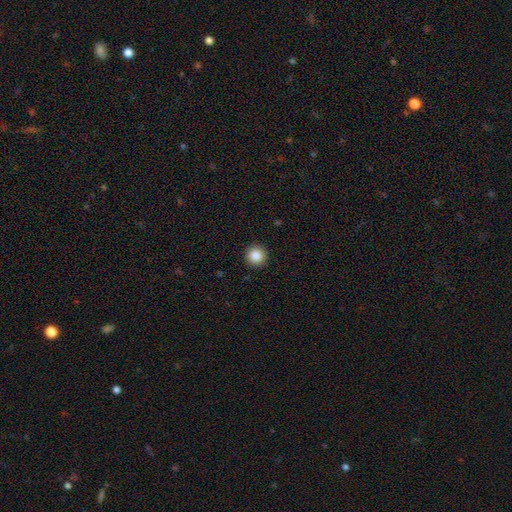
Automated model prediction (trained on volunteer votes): Smooth or featured: smooth — 86% (star or artifact — 10%)
How rounded: round — 96% (in between — 3%)
Merging: none — 93% (minor disturbance — 5%)